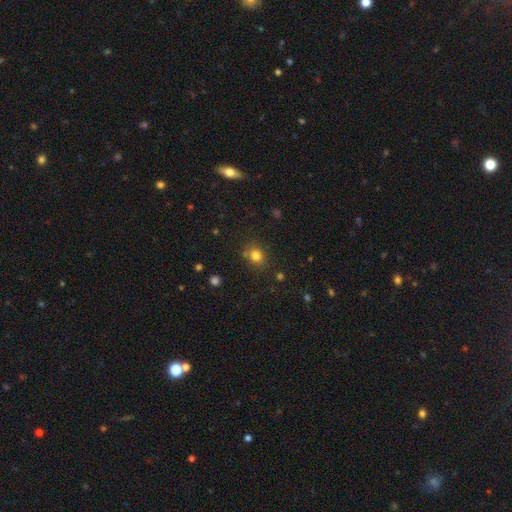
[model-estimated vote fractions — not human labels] A smooth galaxy with no disk features (79%) that is round (78%).

Vote fractions:
- Smooth or featured? smooth: 79% / star or artifact: 15% / featured or disk: 6%
- How rounded? round: 78% / in between: 21% / cigar-shaped: 1%
- Merging? none: 76% / minor disturbance: 12% / merger: 8% / major disturbance: 4%